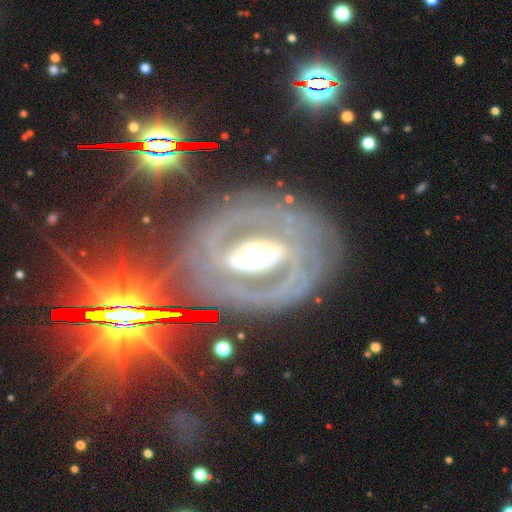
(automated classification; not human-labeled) Morphology: type=featured or disk (85%); edge-on=no (95%); bar=strong (59%); spiral arms=yes (82%); winding=tight (54%); arm count=2 (64%); bulge=moderate (60%); merging=none (69%).